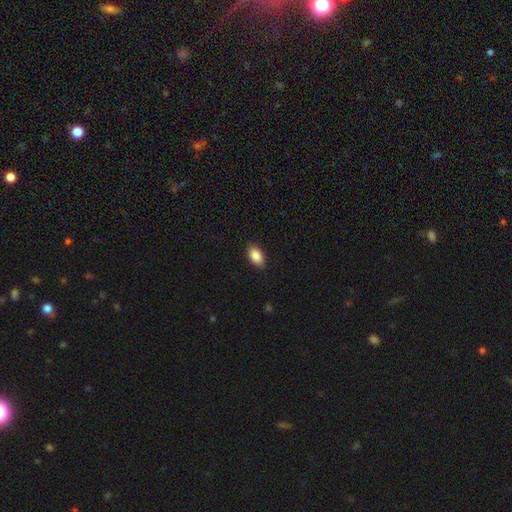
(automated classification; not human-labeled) Smooth or featured? Predicted: smooth (p=0.89). How rounded? Predicted: in between (p=0.92). Merging? Predicted: none (p=0.88).